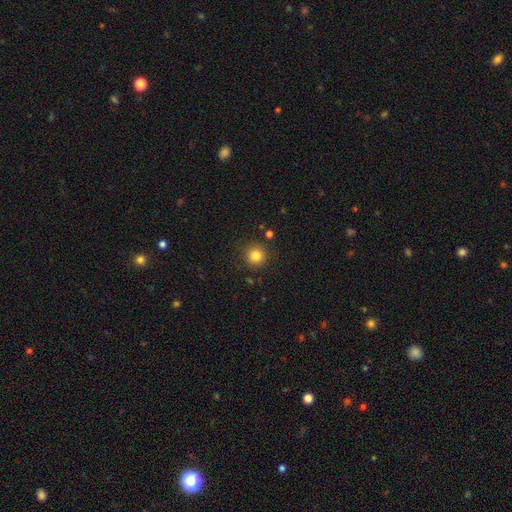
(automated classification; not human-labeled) Smooth or featured? smooth (83%)
How rounded? round (94%)
Merging? none (88%)